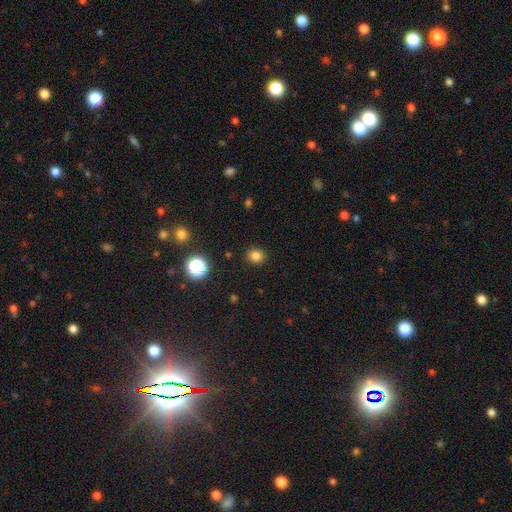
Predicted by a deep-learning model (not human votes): Smooth or featured?
  - smooth: 81% *
  - star or artifact: 15%
  - featured or disk: 4%
How rounded?
  - round: 69% *
  - in between: 30%
  - cigar-shaped: 1%
Merging?
  - none: 89% *
  - minor disturbance: 8%
  - major disturbance: 3%
  - merger: 1%